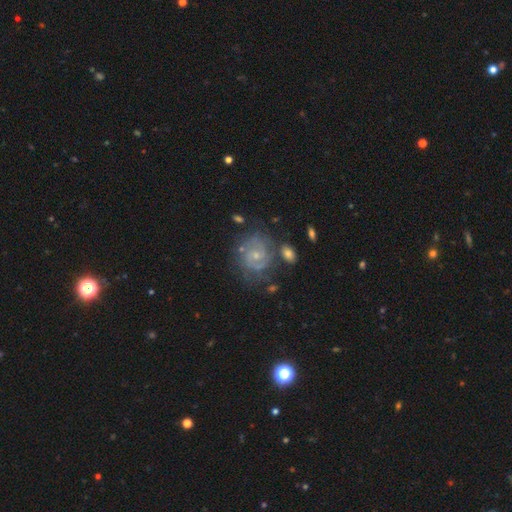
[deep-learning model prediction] This appears to be a featured or disk galaxy (79%) with no bar (60%), 2 (55%) tight (55%) spiral arms (92%) and a small central bulge (66%). Merging: none (65%).